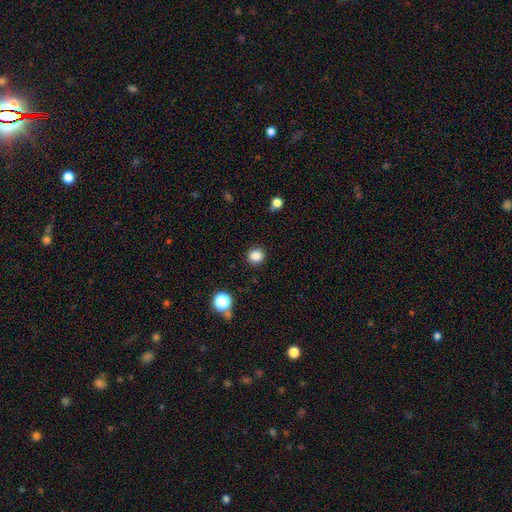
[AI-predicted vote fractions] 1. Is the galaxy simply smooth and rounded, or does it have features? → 85% smooth, 12% star or artifact, 4% featured or disk.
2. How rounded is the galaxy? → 90% round, 9% in between, 1% cigar-shaped.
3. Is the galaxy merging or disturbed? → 91% none, 6% minor disturbance, 2% major disturbance, 1% merger.